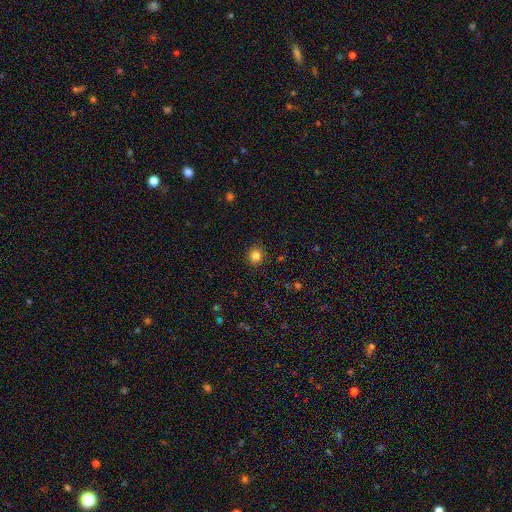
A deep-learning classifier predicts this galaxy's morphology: Overall: smooth (83%). How rounded: round (87%). Merging: none (90%).